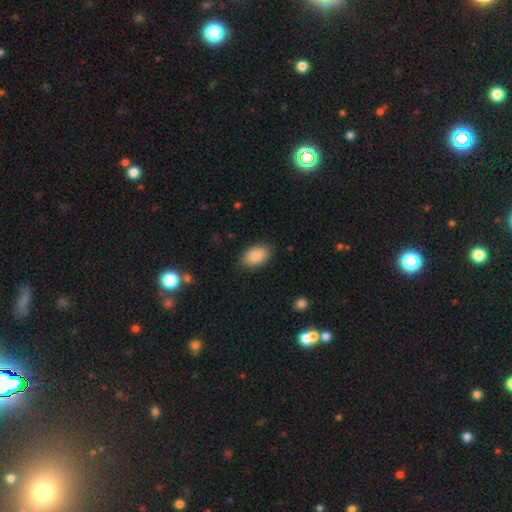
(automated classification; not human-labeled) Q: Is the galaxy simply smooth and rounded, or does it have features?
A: smooth — 90%.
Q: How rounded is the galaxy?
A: in between — 91%.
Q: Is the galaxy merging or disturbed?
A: none — 87%.